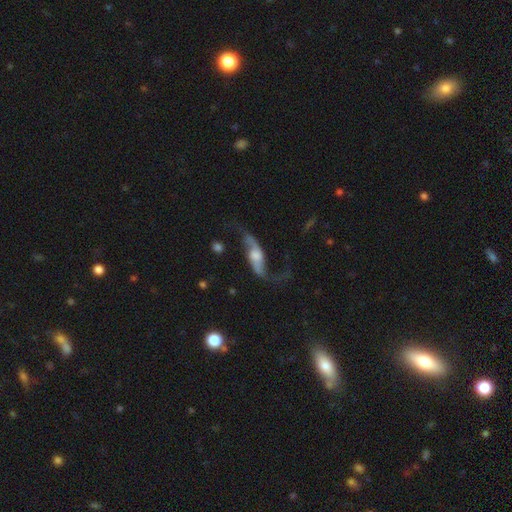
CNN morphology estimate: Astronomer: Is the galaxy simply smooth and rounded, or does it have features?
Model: featured or disk — 80%.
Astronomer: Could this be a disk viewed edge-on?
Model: no — 84%.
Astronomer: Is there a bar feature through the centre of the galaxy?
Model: no — 49% (runner-up: weak, 35%).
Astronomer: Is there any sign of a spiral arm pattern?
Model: yes — 93%.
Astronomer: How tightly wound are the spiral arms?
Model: loose — 86%.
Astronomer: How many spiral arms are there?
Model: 2 — 91%.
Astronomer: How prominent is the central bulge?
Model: moderate — 44% (runner-up: small, 25%).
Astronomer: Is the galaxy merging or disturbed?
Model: none — 57%.